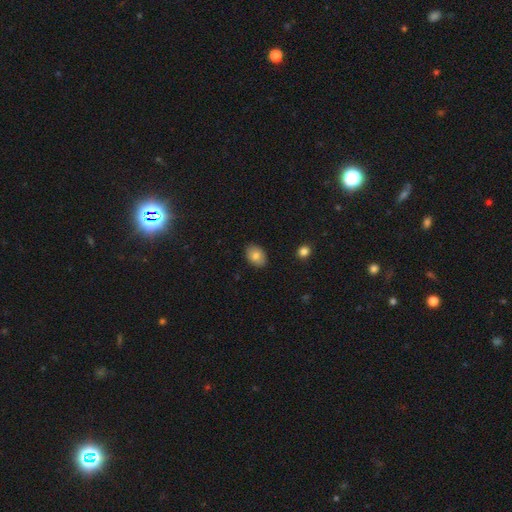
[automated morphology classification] A smooth galaxy with no disk features (82%) that is in between round and cigar-shaped (81%).

Vote fractions:
- Smooth or featured? smooth: 82% / featured or disk: 10% / star or artifact: 8%
- How rounded? in between: 81% / round: 18% / cigar-shaped: 1%
- Merging? none: 88% / minor disturbance: 9% / major disturbance: 2% / merger: 1%